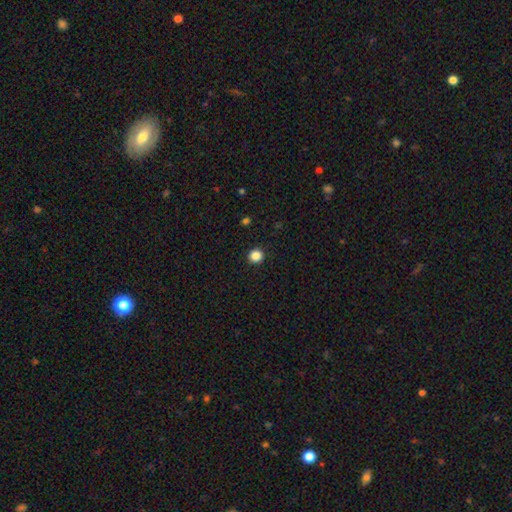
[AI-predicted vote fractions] This is clearly a smooth galaxy (86%). How rounded: clearly round (93%). Merging: clearly none (93%).